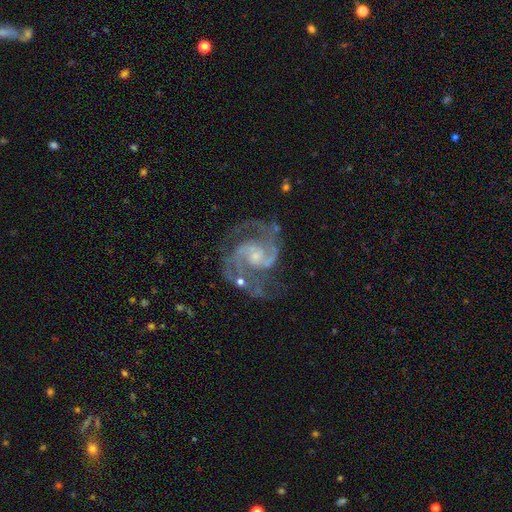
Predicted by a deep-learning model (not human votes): smooth-or-featured: featured or disk: 92% | star or artifact: 5% | smooth: 3%
  disk-edge-on: no: 98% | yes: 2%
    bar: no: 48% | weak: 42% | strong: 10%
    has-spiral-arms: yes: 98% | no: 2%
      spiral-winding: medium: 63% | tight: 24% | loose: 13%
      spiral-arm-count: 2: 86% | 3: 6% | can't tell: 3% | 1: 2% | 4: 2% | more than 4: 2%
    bulge-size: small: 61% | moderate: 26% | none: 10% | large: 2% | dominant: 1%
  merging: none: 68% | minor disturbance: 17% | major disturbance: 11% | merger: 3%